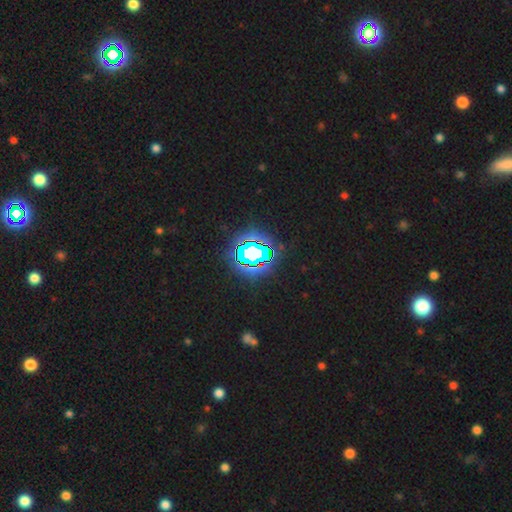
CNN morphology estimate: Smooth or featured?
  - star or artifact: 85% *
  - smooth: 10%
  - featured or disk: 6%